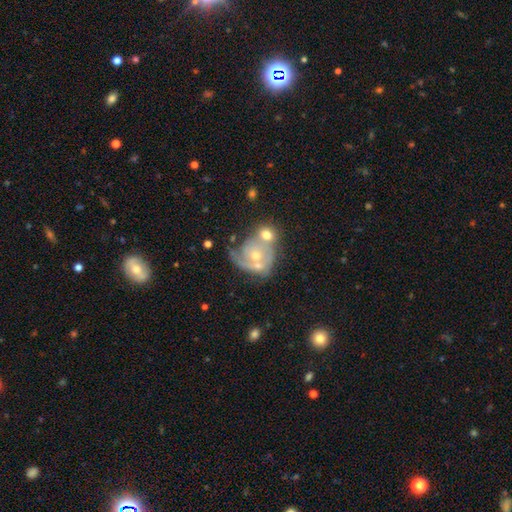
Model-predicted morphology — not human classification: Smooth or featured? featured or disk (71%)
Edge-on disk? no (97%)
Bar? no (74%)
Spiral arms? yes (80%)
Spiral winding? tight (40%)
Spiral arm count? 1 (40%)
Bulge size? moderate (47%)
Merging? merger (49%)